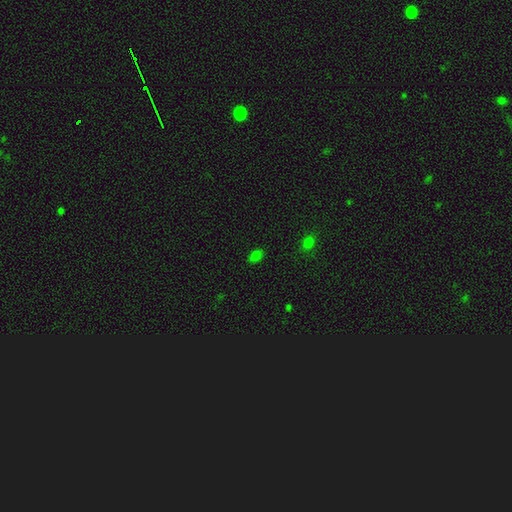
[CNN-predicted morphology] Smooth or featured?
  - smooth: 76% *
  - star or artifact: 20%
  - featured or disk: 5%
How rounded?
  - in between: 81% *
  - round: 17%
  - cigar-shaped: 2%
Merging?
  - none: 85% *
  - minor disturbance: 11%
  - major disturbance: 3%
  - merger: 2%